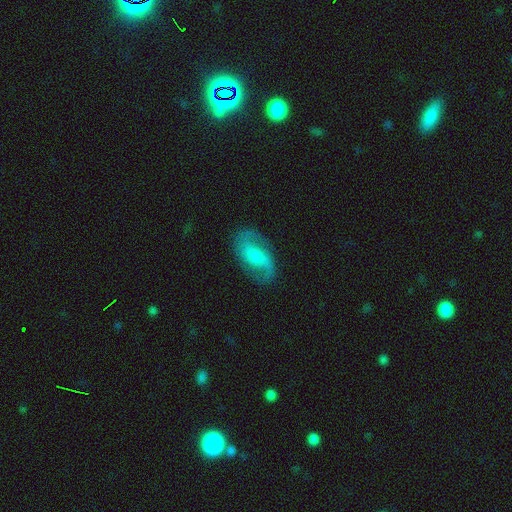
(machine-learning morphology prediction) Smooth or featured: featured or disk — 79% (smooth — 15%)
Edge-on disk: no — 97% (yes — 3%)
Bar: weak — 45% (no — 40%)
Spiral arms: yes — 95% (no — 5%)
Spiral winding: medium — 45% (loose — 41%)
Spiral arm count: 2 — 91% (can't tell — 3%)
Bulge size: small — 37% (moderate — 34%)
Merging: none — 80% (minor disturbance — 13%)